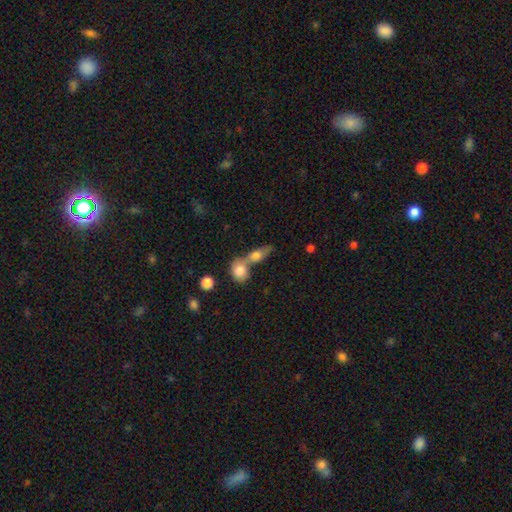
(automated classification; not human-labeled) smooth_or_featured: smooth (p=0.53) [alt: star or artifact p=0.29]
how_rounded: in between (p=0.46) [alt: round p=0.44]
merging: none (p=0.44) [alt: merger p=0.42]